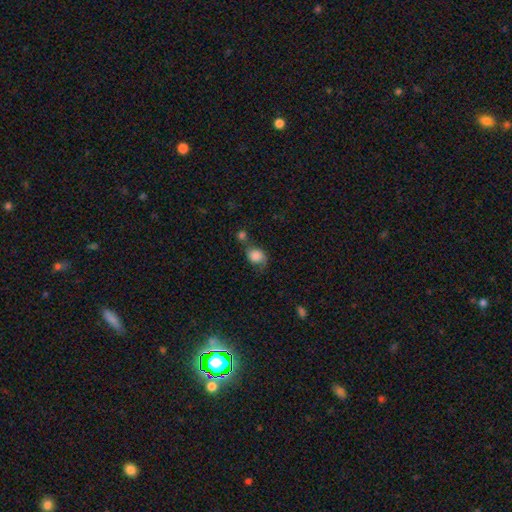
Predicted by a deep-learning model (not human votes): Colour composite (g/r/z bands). It shows a smooth galaxy with no disk features (79%) that is in between round and cigar-shaped (52%). Merging: none (38%).